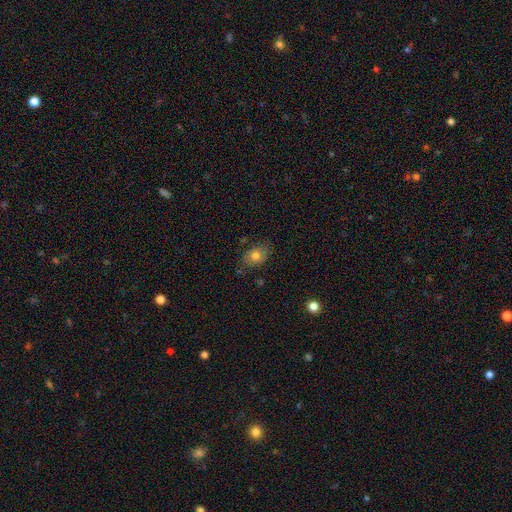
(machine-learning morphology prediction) Q: Smooth or featured?
A: smooth (74%); runner-up: featured or disk (16%)
Q: How rounded?
A: in between (75%); runner-up: round (24%)
Q: Merging?
A: none (72%); runner-up: minor disturbance (20%)